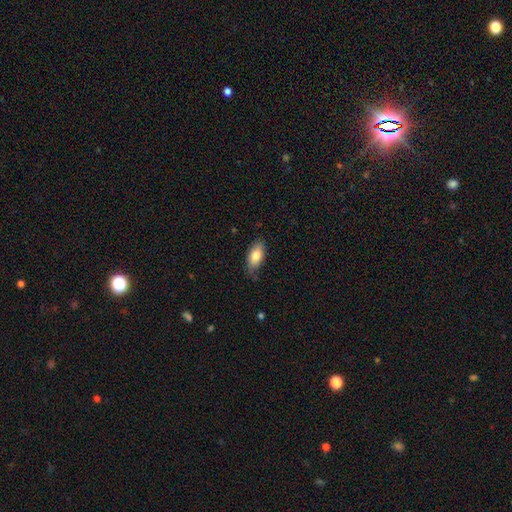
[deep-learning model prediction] Smooth or featured? Predicted: smooth (p=0.80). How rounded? Predicted: in between (p=0.90). Merging? Predicted: none (p=0.73).